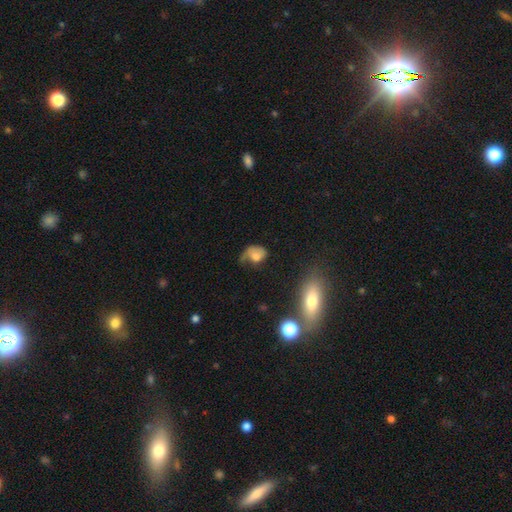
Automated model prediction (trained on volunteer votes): Morphology: type=smooth (56%); roundness=in between (66%); merging=major disturbance (40%).